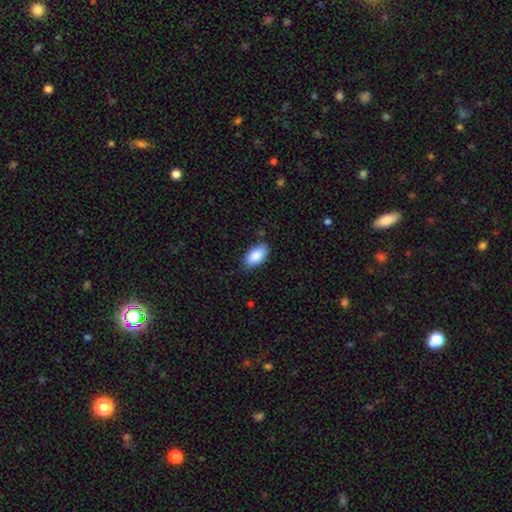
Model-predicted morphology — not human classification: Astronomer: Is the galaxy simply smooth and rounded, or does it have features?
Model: smooth — 88%.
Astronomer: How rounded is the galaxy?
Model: in between — 94%.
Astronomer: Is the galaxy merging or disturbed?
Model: none — 80%.